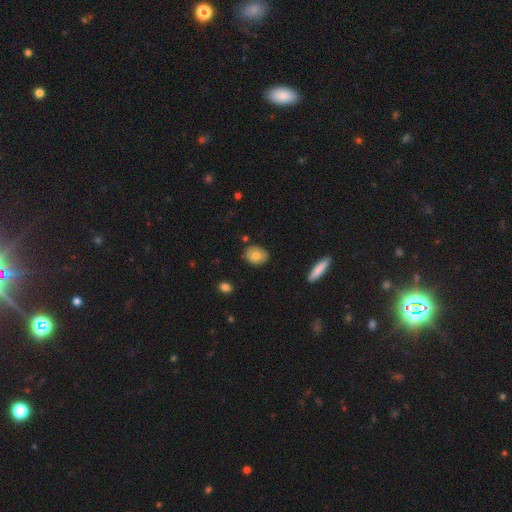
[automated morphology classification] smooth 74%, featured or disk 18%, star or artifact 8%. Down the decision tree: how rounded — in between (57%); merging — none (84%).